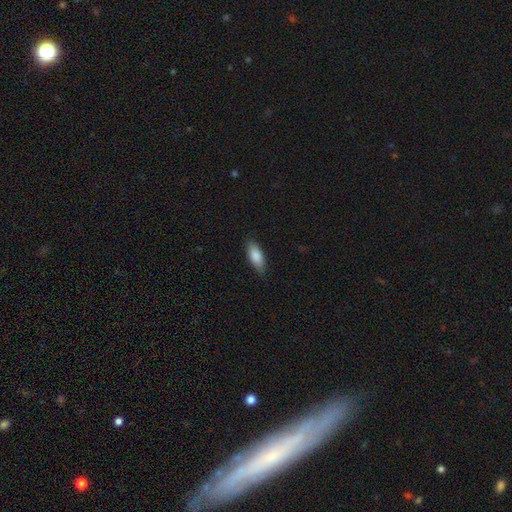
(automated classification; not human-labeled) Smooth or featured? smooth (84%)
How rounded? in between (78%)
Merging? none (87%)